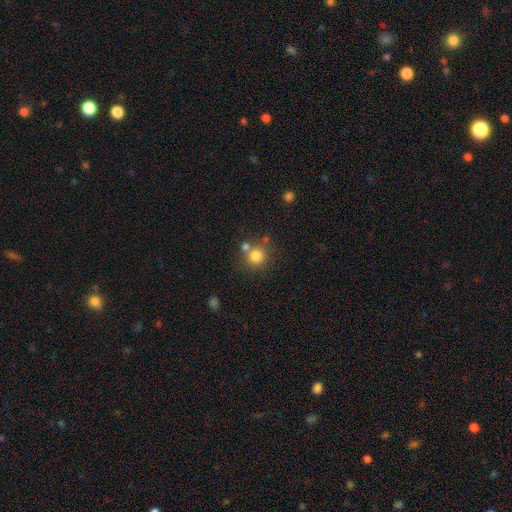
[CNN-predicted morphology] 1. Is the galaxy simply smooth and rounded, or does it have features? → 80% smooth, 12% star or artifact, 8% featured or disk.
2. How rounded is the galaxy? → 91% round, 8% in between, 1% cigar-shaped.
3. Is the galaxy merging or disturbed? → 67% none, 20% merger, 10% minor disturbance, 4% major disturbance.